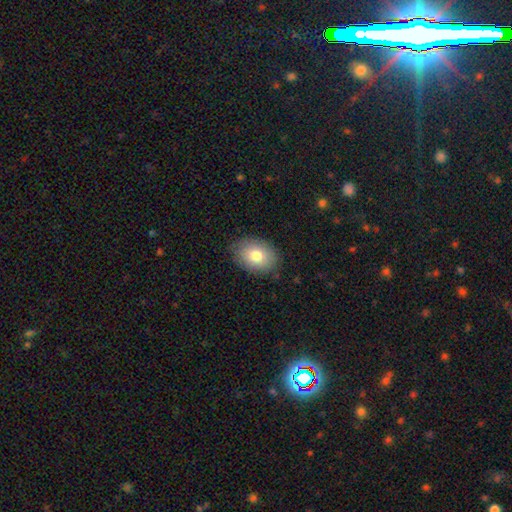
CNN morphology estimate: smooth 80%, featured or disk 12%, star or artifact 8%. Down the decision tree: how rounded — in between (73%); merging — none (85%).